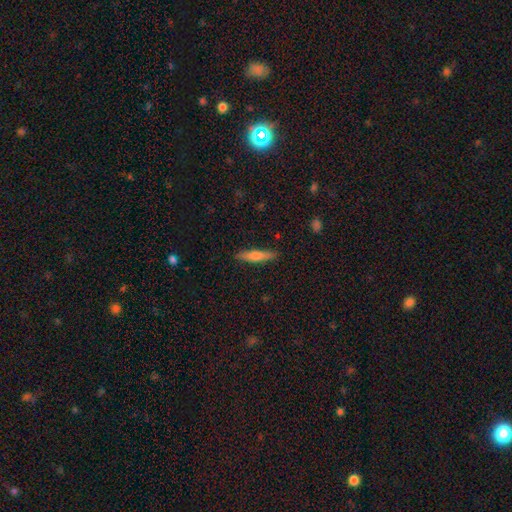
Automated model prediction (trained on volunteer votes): smooth-or-featured: smooth: 56% | featured or disk: 38% | star or artifact: 7%
  how-rounded: cigar-shaped: 88% | in between: 10% | round: 2%
  merging: none: 89% | minor disturbance: 8% | major disturbance: 2% | merger: 1%